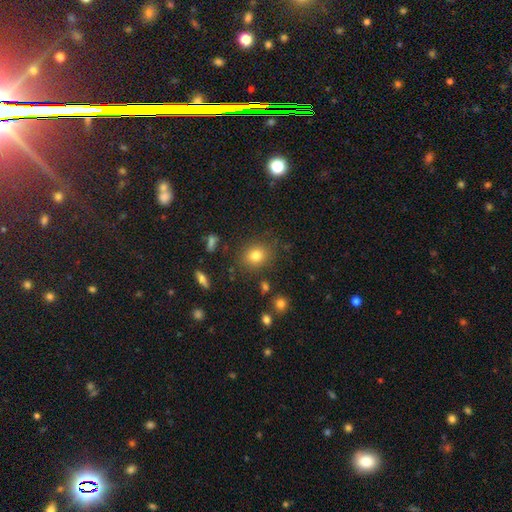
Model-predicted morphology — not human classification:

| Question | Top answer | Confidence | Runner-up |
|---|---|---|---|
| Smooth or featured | smooth | 78% | star or artifact (13%) |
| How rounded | round | 69% | in between (30%) |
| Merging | none | 84% | minor disturbance (10%) |